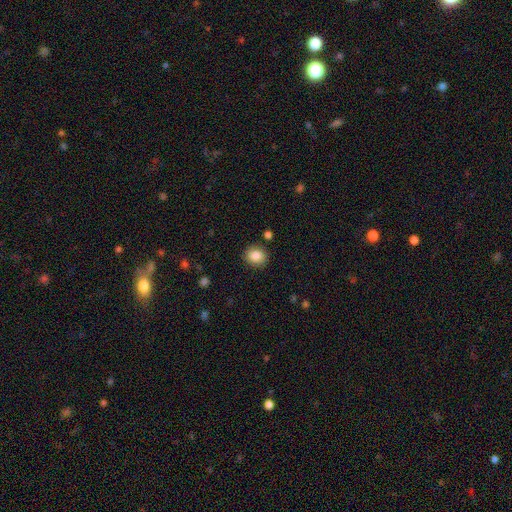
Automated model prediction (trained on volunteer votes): smooth 86%, star or artifact 9%, featured or disk 5%. Down the decision tree: how rounded — round (78%); merging — none (88%).